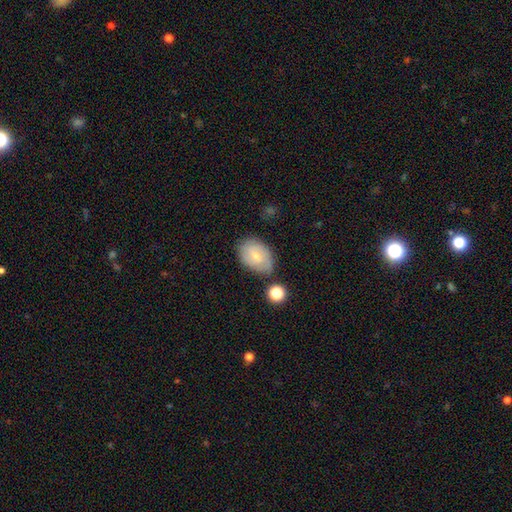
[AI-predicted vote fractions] smooth_or_featured: smooth (p=0.50) [alt: featured or disk p=0.42]
merging: none (p=0.66) [alt: minor disturbance p=0.22]